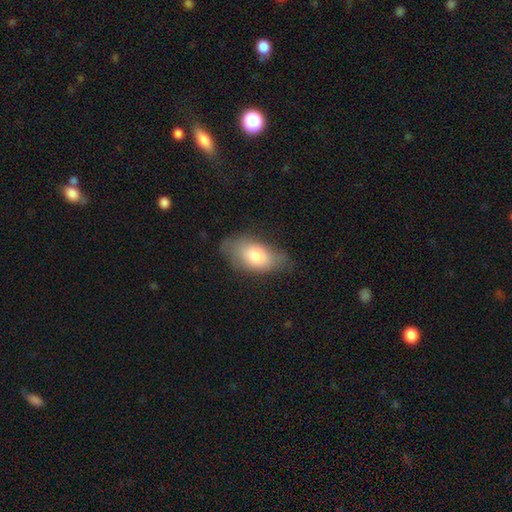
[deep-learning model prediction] smooth-or-featured: smooth: 74% | featured or disk: 19% | star or artifact: 7%
  how-rounded: in between: 91% | round: 5% | cigar-shaped: 4%
  merging: none: 60% | minor disturbance: 30% | major disturbance: 9% | merger: 2%